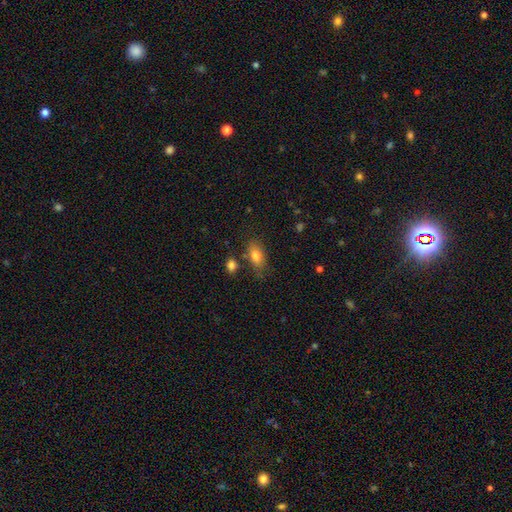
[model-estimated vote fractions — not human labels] A smooth galaxy with no disk features (80%) that is in between round and cigar-shaped (87%).

Vote fractions:
- Smooth or featured? smooth: 80% / featured or disk: 12% / star or artifact: 8%
- How rounded? in between: 87% / cigar-shaped: 7% / round: 6%
- Merging? none: 69% / minor disturbance: 18% / merger: 8% / major disturbance: 5%